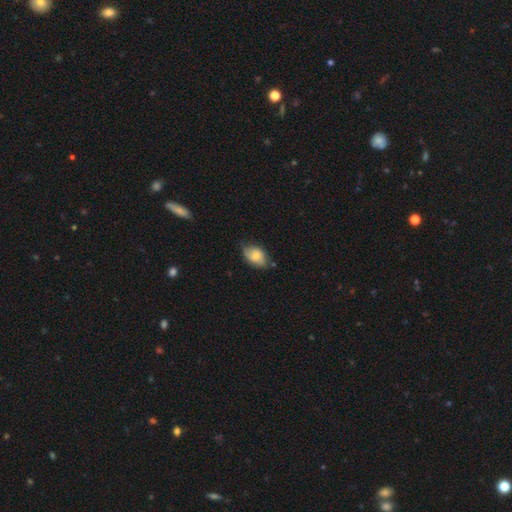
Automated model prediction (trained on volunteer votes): A smooth galaxy with no disk features (67%) that is in between round and cigar-shaped (87%).

Vote fractions:
- Smooth or featured? smooth: 67% / featured or disk: 25% / star or artifact: 7%
- How rounded? in between: 87% / round: 11% / cigar-shaped: 2%
- Merging? none: 61% / minor disturbance: 31% / major disturbance: 6% / merger: 2%